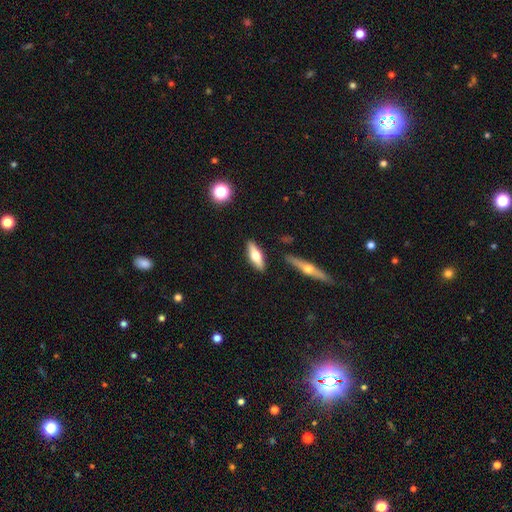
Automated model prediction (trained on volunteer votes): This is possibly a smooth galaxy (48%). Merging: clearly none (86%).